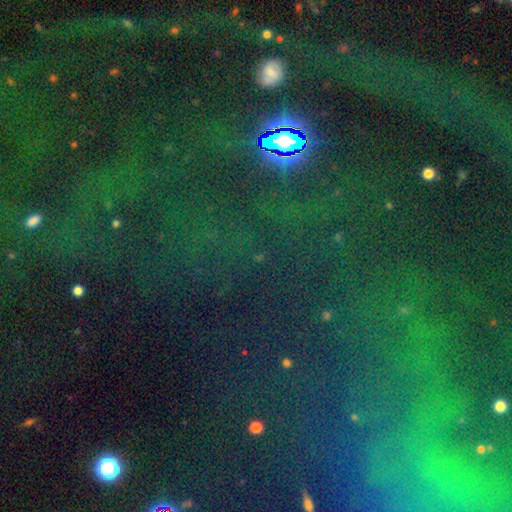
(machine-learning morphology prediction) star or artifact 76%, smooth 15%, featured or disk 9%.